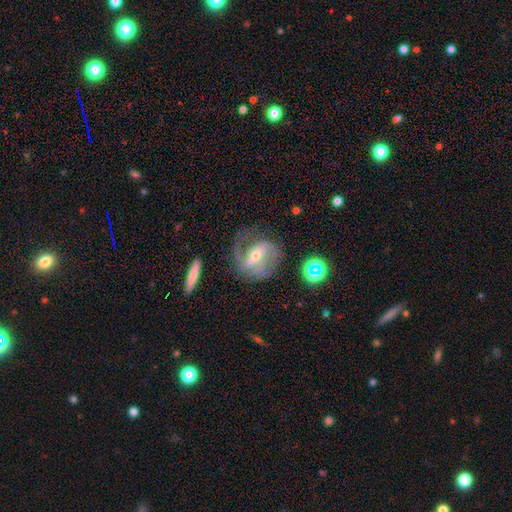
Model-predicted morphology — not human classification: The model was most divided on "bulge size": moderate: 50%, small: 45%, large: 2%, none: 1%, dominant: 1%. Remaining: edge-on disk — no (97%); spiral arms — yes (95%); smooth or featured — featured or disk (84%); spiral arm count — 2 (64%); merging — none (58%); spiral winding — medium (50%); bar — weak (44%).